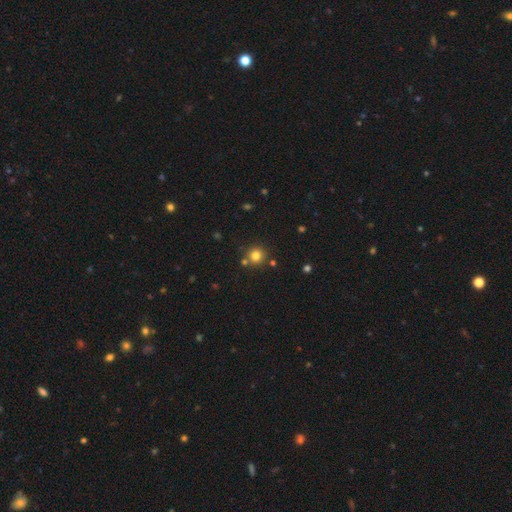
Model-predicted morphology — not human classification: Q: Smooth or featured?
A: smooth (79%); runner-up: star or artifact (14%)
Q: How rounded?
A: round (94%); runner-up: in between (5%)
Q: Merging?
A: none (79%); runner-up: merger (11%)